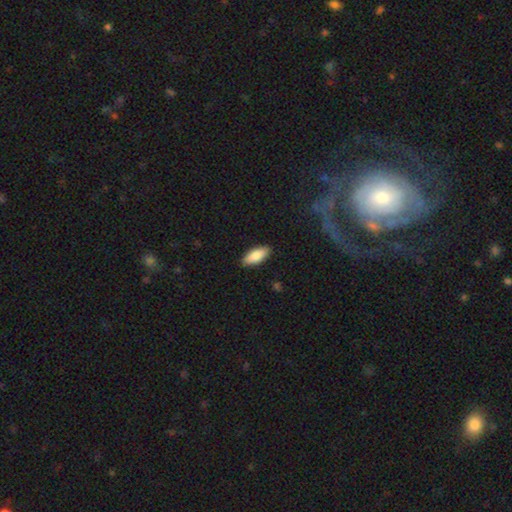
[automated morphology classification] Smooth or featured?
  - smooth: 83% *
  - featured or disk: 11%
  - star or artifact: 6%
How rounded?
  - in between: 82% *
  - cigar-shaped: 16%
  - round: 2%
Merging?
  - none: 88% *
  - minor disturbance: 9%
  - major disturbance: 2%
  - merger: 1%